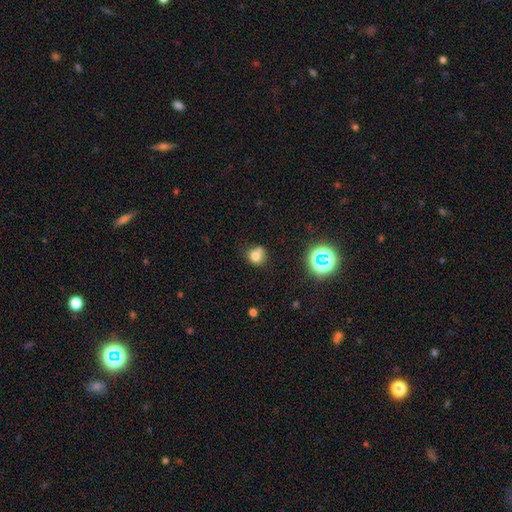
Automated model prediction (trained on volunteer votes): The model was most divided on "merging": none: 54%, merger: 20%, minor disturbance: 19%, major disturbance: 7%. More confident: how rounded — round (77%); smooth or featured — smooth (73%).